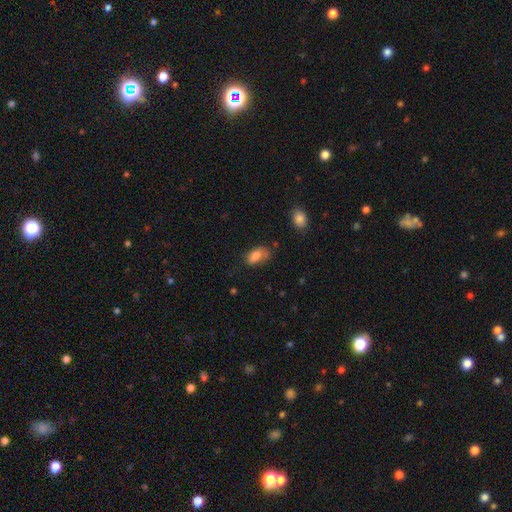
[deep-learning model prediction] smooth_or_featured: smooth (p=0.81) [alt: featured or disk p=0.11]
how_rounded: in between (p=0.91) [alt: round p=0.06]
merging: none (p=0.45) [alt: minor disturbance p=0.34]